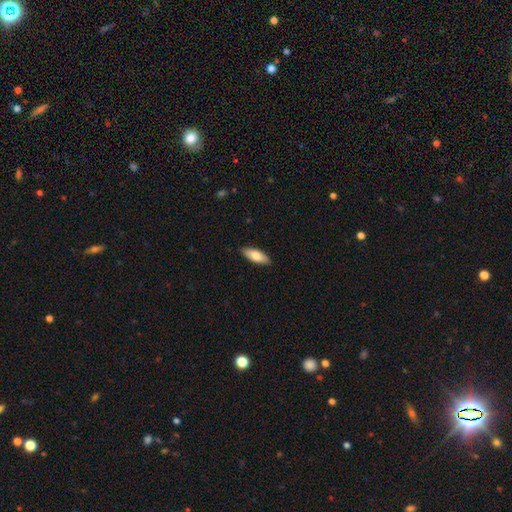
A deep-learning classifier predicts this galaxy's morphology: Overall: smooth (77%). How rounded: in between (72%). Merging: none (88%).